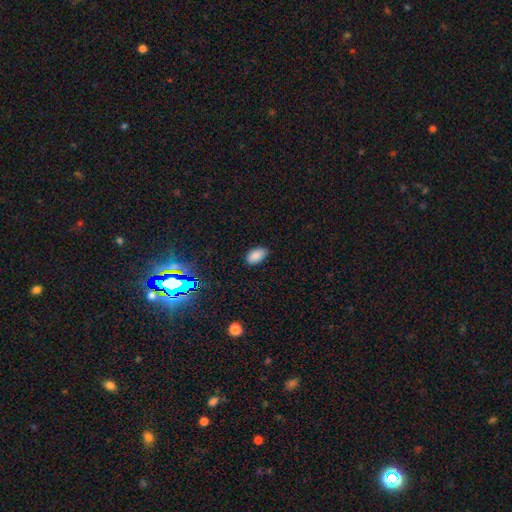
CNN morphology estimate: Smooth or featured?
  - smooth: 85% *
  - star or artifact: 11%
  - featured or disk: 4%
How rounded?
  - in between: 93% *
  - round: 6%
  - cigar-shaped: 1%
Merging?
  - none: 82% *
  - minor disturbance: 14%
  - major disturbance: 2%
  - merger: 1%